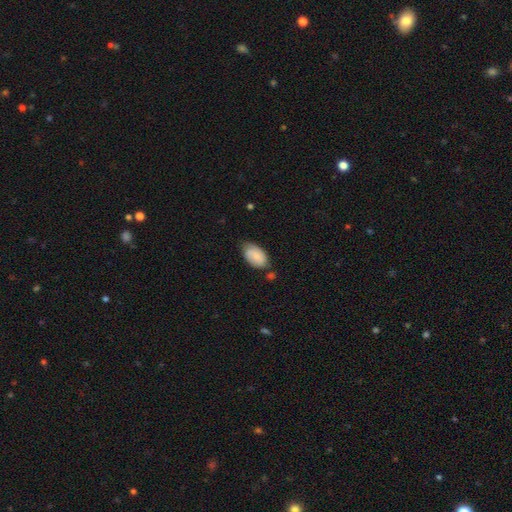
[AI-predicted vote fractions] Smooth or featured? smooth (75%)
How rounded? in between (93%)
Merging? none (57%)